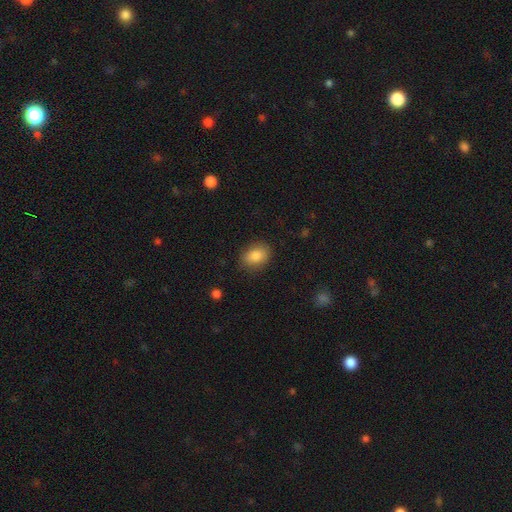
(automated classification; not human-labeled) This appears to be a smooth galaxy with no disk features (84%) that is in between round and cigar-shaped (71%). Merging: none (83%).